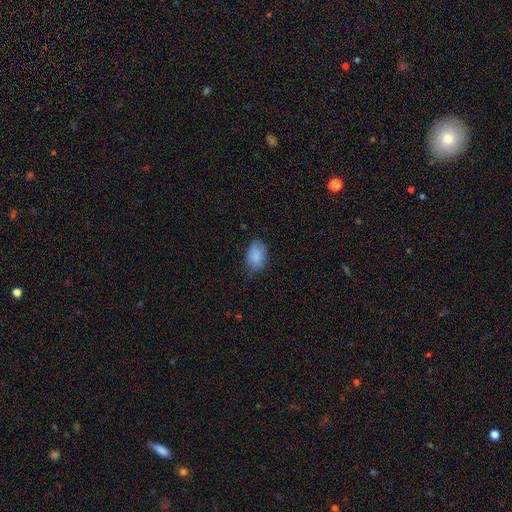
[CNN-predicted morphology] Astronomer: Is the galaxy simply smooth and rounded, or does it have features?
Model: smooth — 85%.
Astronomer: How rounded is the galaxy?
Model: in between — 82%.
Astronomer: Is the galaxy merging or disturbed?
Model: none — 71%.